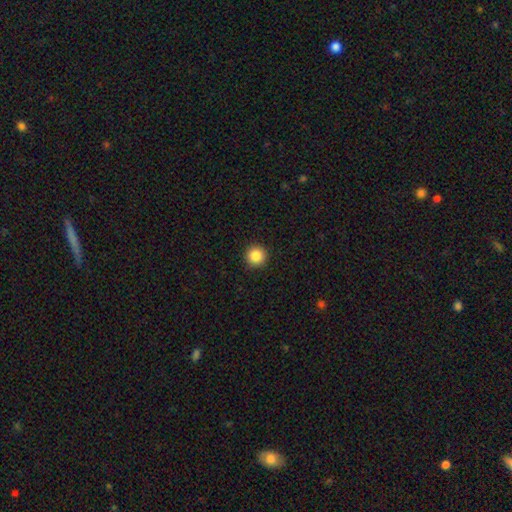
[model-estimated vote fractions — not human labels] Smooth or featured?
  - smooth: 86% *
  - star or artifact: 10%
  - featured or disk: 4%
How rounded?
  - round: 96% *
  - in between: 3%
  - cigar-shaped: 1%
Merging?
  - none: 93% *
  - minor disturbance: 5%
  - major disturbance: 2%
  - merger: 1%